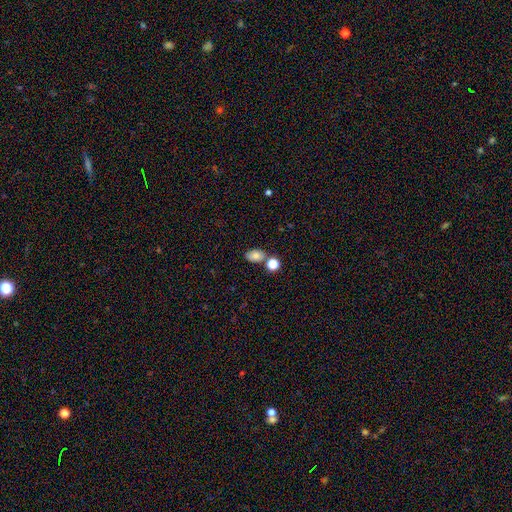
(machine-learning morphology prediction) A smooth galaxy with no disk features (80%) that is in between round and cigar-shaped (82%).

Vote fractions:
- Smooth or featured? smooth: 80% / star or artifact: 11% / featured or disk: 9%
- How rounded? in between: 82% / round: 16% / cigar-shaped: 2%
- Merging? none: 65% / merger: 18% / minor disturbance: 13% / major disturbance: 4%